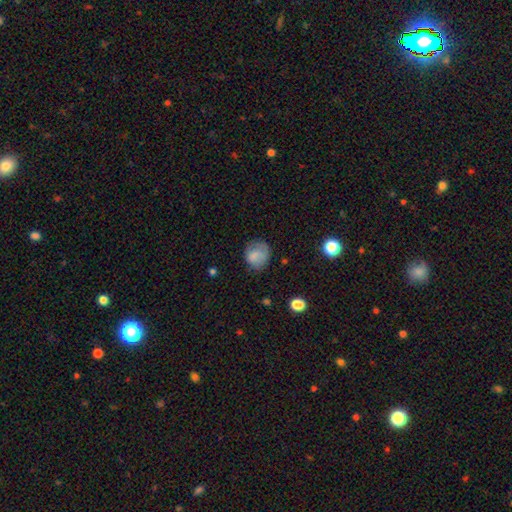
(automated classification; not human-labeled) A smooth galaxy with no disk features (78%) that is round (74%).

Vote fractions:
- Smooth or featured? smooth: 78% / featured or disk: 12% / star or artifact: 10%
- How rounded? round: 74% / in between: 25% / cigar-shaped: 1%
- Merging? none: 63% / minor disturbance: 24% / major disturbance: 11% / merger: 2%